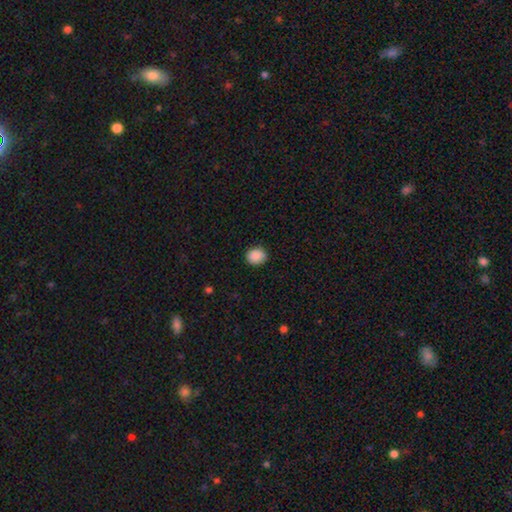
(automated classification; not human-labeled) This is clearly a smooth galaxy (89%). How rounded: likely round (76%). Merging: clearly none (89%).